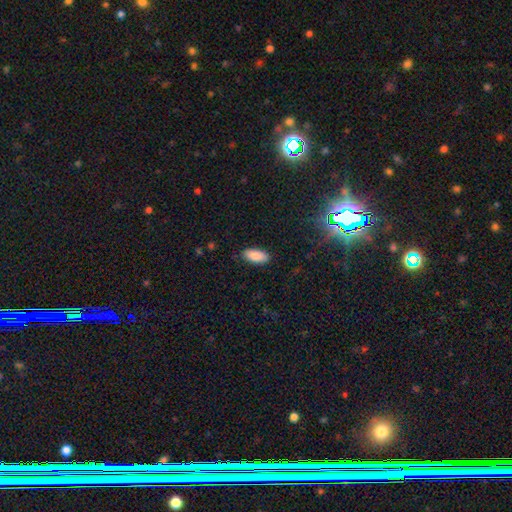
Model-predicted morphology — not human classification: A smooth galaxy with no disk features (89%) that is in between round and cigar-shaped (88%). Merging: none (87%).